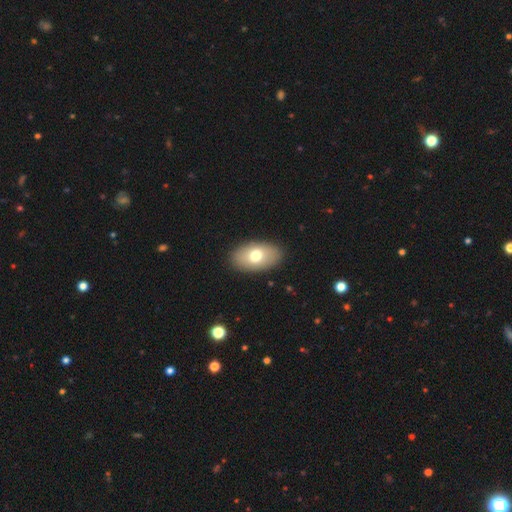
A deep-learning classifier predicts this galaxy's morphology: A smooth galaxy with no disk features (72%) that is in between round and cigar-shaped (93%).

Vote fractions:
- Smooth or featured? smooth: 72% / featured or disk: 22% / star or artifact: 7%
- How rounded? in between: 93% / round: 6% / cigar-shaped: 2%
- Merging? none: 89% / minor disturbance: 8% / major disturbance: 2% / merger: 1%